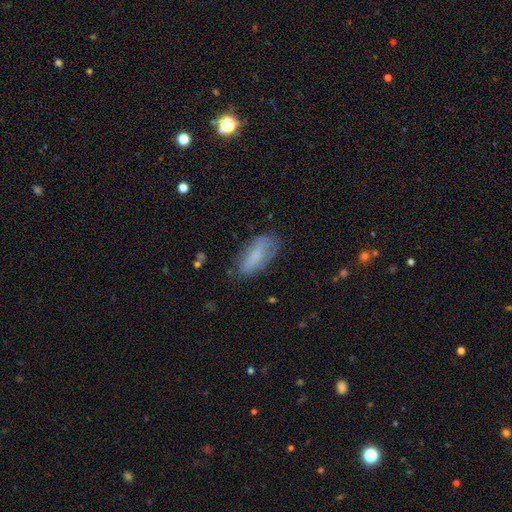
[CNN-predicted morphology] type=smooth (70%); roundness=in between (80%); merging=none (66%).